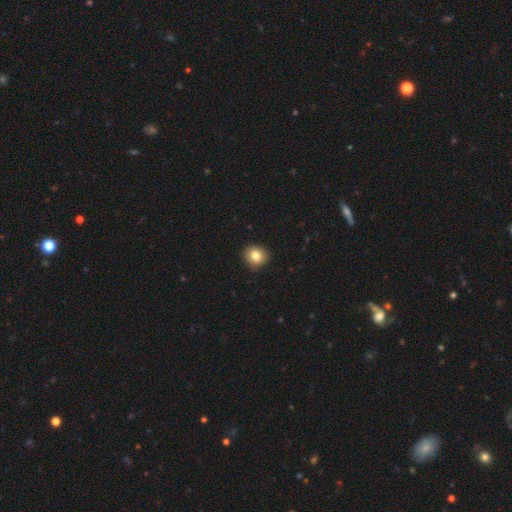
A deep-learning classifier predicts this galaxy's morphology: This is clearly a smooth galaxy (81%). How rounded: clearly round (89%). Merging: clearly none (87%).